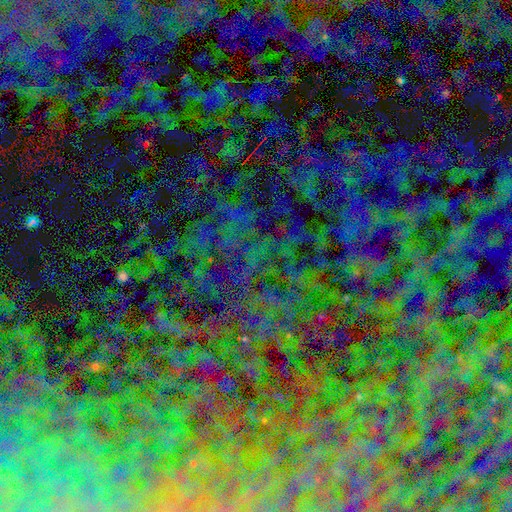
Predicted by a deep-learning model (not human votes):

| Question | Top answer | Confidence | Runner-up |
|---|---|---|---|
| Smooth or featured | star or artifact | 81% | smooth (10%) |